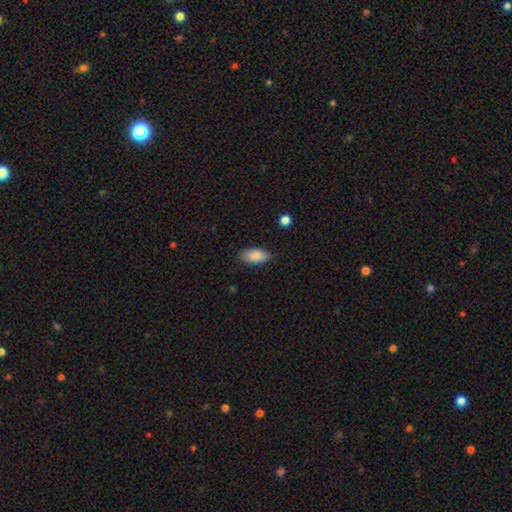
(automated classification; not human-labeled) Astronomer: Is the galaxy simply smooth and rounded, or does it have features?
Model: smooth — 87%.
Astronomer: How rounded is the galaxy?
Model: in between — 91%.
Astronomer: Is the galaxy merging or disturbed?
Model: none — 86%.